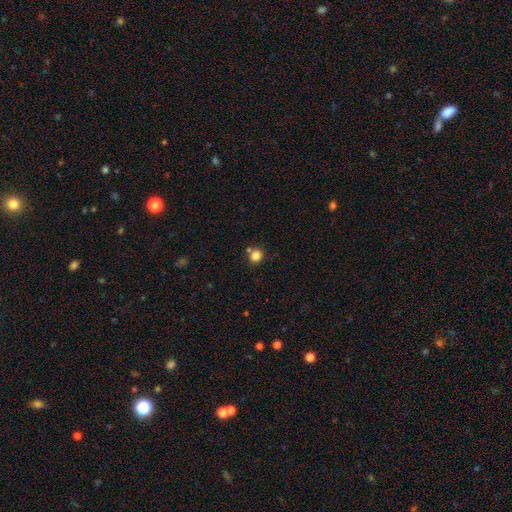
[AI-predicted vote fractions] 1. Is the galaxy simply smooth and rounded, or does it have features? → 83% smooth, 12% star or artifact, 5% featured or disk.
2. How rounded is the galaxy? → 86% round, 13% in between, 1% cigar-shaped.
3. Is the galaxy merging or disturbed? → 73% none, 13% merger, 10% minor disturbance, 3% major disturbance.